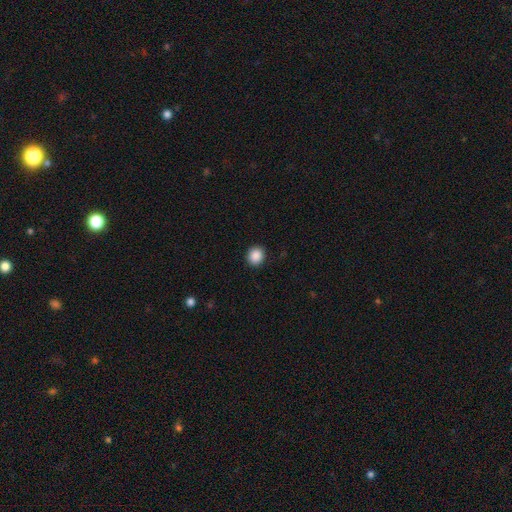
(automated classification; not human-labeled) smooth-or-featured: smooth: 89% | star or artifact: 9% | featured or disk: 3%
  how-rounded: round: 86% | in between: 13% | cigar-shaped: 1%
  merging: none: 92% | minor disturbance: 6% | major disturbance: 2% | merger: 1%